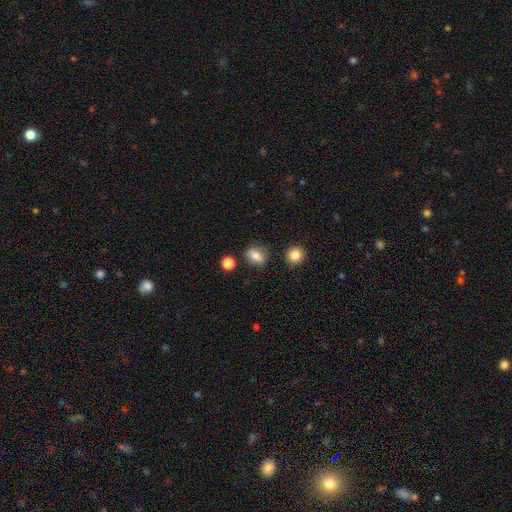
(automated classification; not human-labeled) smooth_or_featured: smooth (p=0.75) [alt: featured or disk p=0.15]
how_rounded: in between (p=0.55) [alt: round p=0.43]
merging: none (p=0.79) [alt: minor disturbance p=0.13]